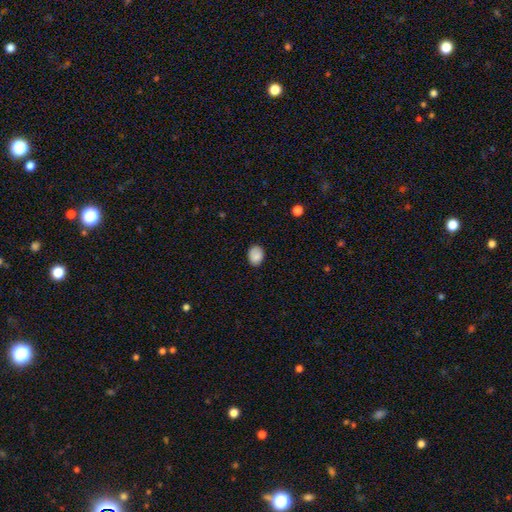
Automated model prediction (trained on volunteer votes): Smooth or featured: smooth — 87% (star or artifact — 8%)
How rounded: in between — 65% (round — 34%)
Merging: none — 82% (minor disturbance — 14%)